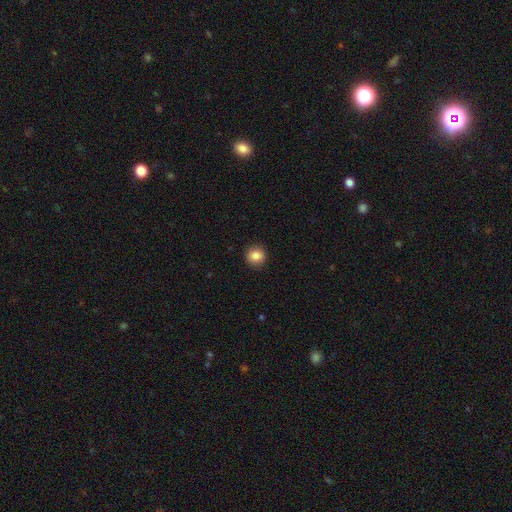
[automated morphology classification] smooth-or-featured: smooth: 86% | star or artifact: 9% | featured or disk: 5%
  how-rounded: round: 91% | in between: 8% | cigar-shaped: 1%
  merging: none: 91% | minor disturbance: 6% | major disturbance: 2% | merger: 1%